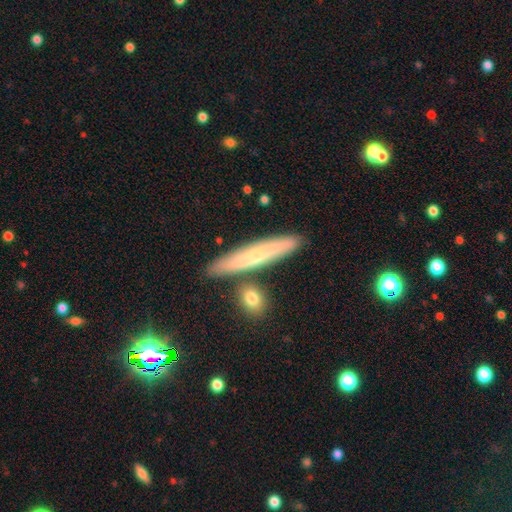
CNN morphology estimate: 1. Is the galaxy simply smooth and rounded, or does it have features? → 49% smooth, 43% featured or disk, 8% star or artifact.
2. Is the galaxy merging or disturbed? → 81% none, 10% minor disturbance, 7% merger, 2% major disturbance.